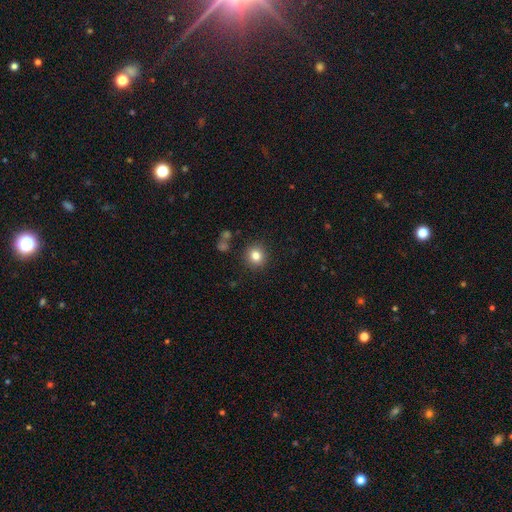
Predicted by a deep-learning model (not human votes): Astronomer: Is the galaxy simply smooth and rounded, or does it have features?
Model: smooth — 81%.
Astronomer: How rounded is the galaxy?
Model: round — 91%.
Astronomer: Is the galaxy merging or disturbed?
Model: none — 89%.